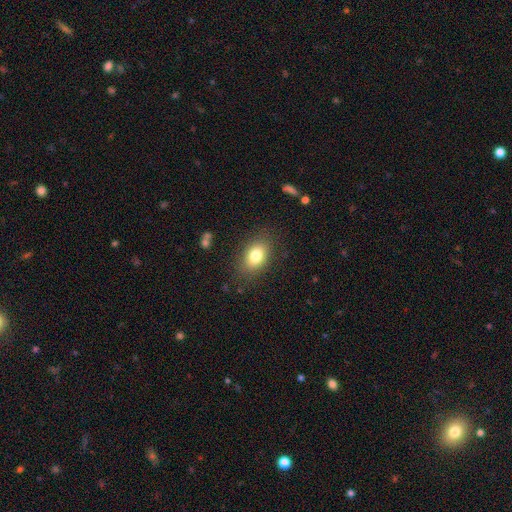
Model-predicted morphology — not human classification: smooth-or-featured: smooth: 80% | featured or disk: 11% | star or artifact: 9%
  how-rounded: in between: 82% | round: 16% | cigar-shaped: 2%
  merging: none: 83% | minor disturbance: 11% | major disturbance: 4% | merger: 1%